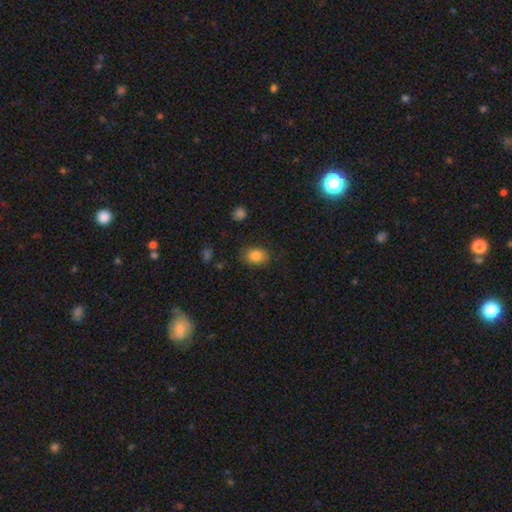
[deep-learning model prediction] smooth-or-featured: smooth: 83% | star or artifact: 9% | featured or disk: 7%
  how-rounded: in between: 73% | round: 26% | cigar-shaped: 1%
  merging: none: 82% | minor disturbance: 14% | major disturbance: 3% | merger: 1%